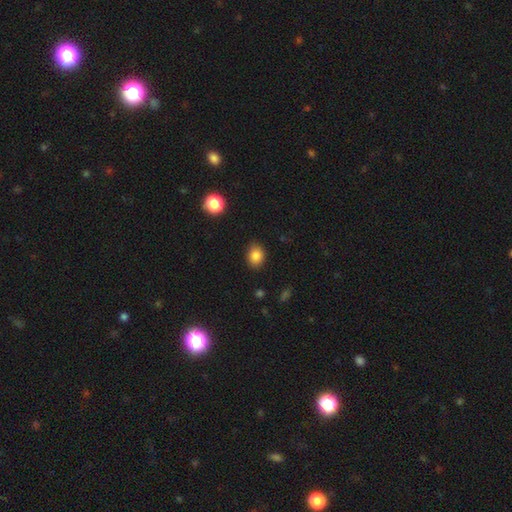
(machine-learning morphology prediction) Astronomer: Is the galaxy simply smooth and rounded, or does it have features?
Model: smooth — 85%.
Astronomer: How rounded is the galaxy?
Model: in between — 51% (runner-up: round, 48%).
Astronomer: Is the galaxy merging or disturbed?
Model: none — 84%.